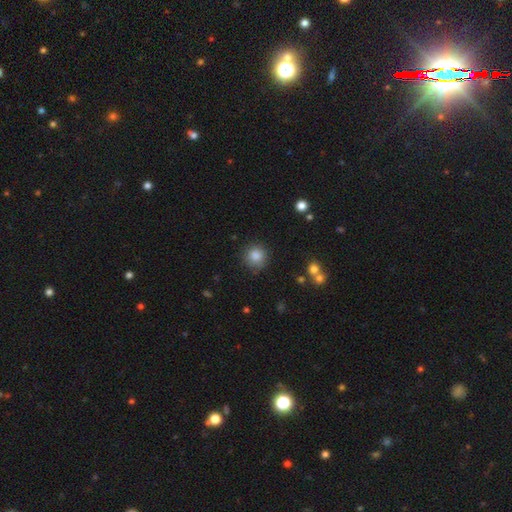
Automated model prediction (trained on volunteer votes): smooth 85%, star or artifact 10%, featured or disk 5%. Down the decision tree: how rounded — round (93%); merging — none (84%).